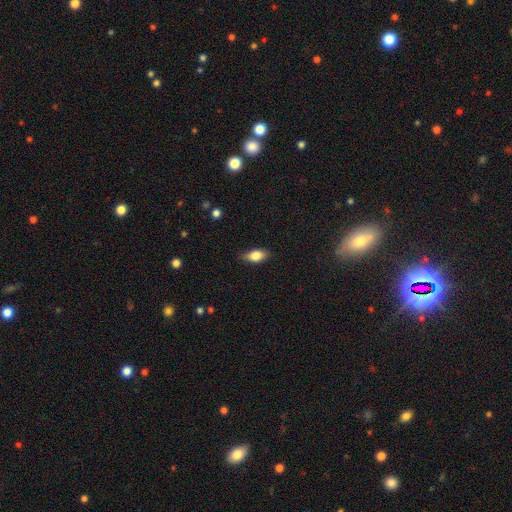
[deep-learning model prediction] smooth-or-featured: smooth: 77% | featured or disk: 15% | star or artifact: 8%
  how-rounded: in between: 85% | cigar-shaped: 8% | round: 7%
  merging: none: 80% | minor disturbance: 16% | major disturbance: 3% | merger: 1%